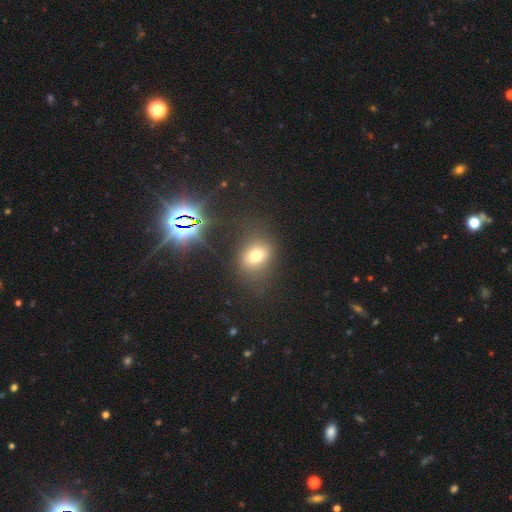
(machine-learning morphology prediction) This is likely a smooth galaxy (68%). How rounded: possibly in between (51%). Merging: likely none (74%).